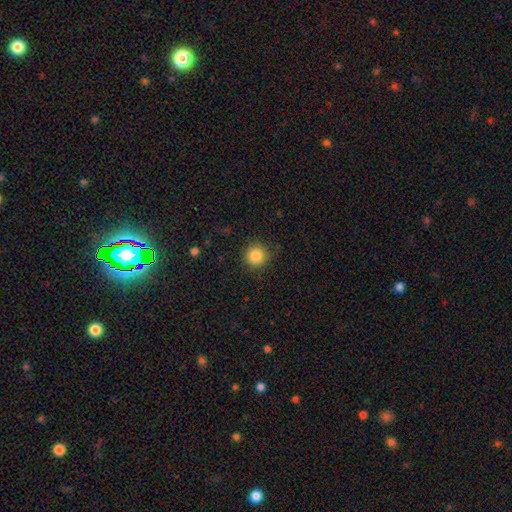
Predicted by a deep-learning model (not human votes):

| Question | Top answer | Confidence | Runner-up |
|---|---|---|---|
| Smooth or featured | smooth | 86% | star or artifact (10%) |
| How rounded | round | 93% | in between (6%) |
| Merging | none | 87% | minor disturbance (9%) |